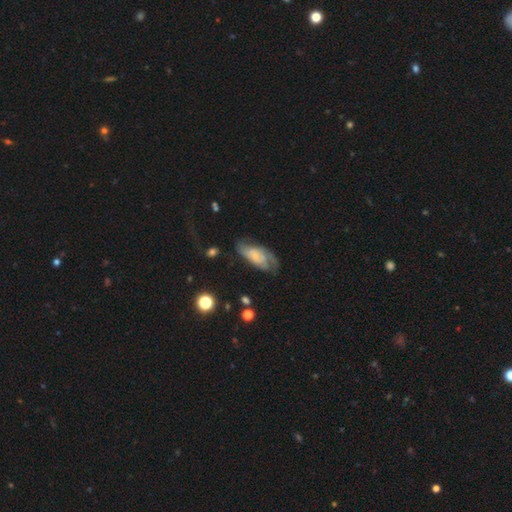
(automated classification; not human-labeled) This appears to be a featured or disk galaxy (57%) with no bar (70%), spiral arms (76%) and a small central bulge (66%). Merging: none (45%).